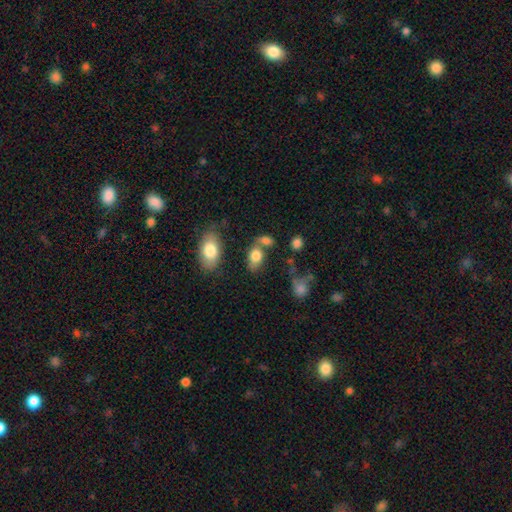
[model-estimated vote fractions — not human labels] Smooth or featured?
  - smooth: 80% *
  - featured or disk: 11%
  - star or artifact: 9%
How rounded?
  - in between: 85% *
  - round: 12%
  - cigar-shaped: 3%
Merging?
  - none: 48% *
  - merger: 28%
  - minor disturbance: 17%
  - major disturbance: 7%